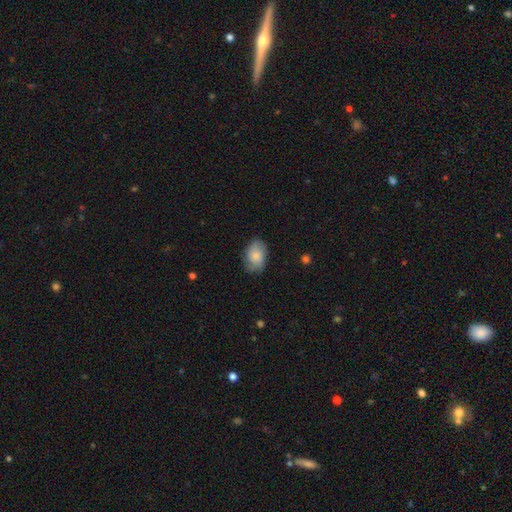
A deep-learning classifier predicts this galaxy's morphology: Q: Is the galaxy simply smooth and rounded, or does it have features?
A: smooth — 73%.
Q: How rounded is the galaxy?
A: in between — 84%.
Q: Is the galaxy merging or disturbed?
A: none — 71%.